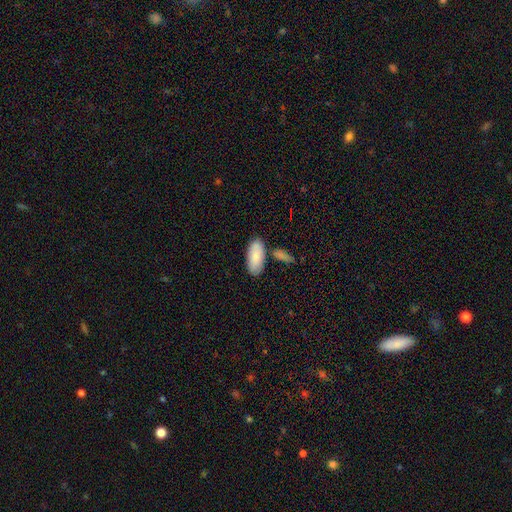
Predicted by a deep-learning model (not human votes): Q: Smooth or featured?
A: smooth (84%); runner-up: featured or disk (11%)
Q: How rounded?
A: in between (90%); runner-up: cigar-shaped (8%)
Q: Merging?
A: none (70%); runner-up: minor disturbance (15%)